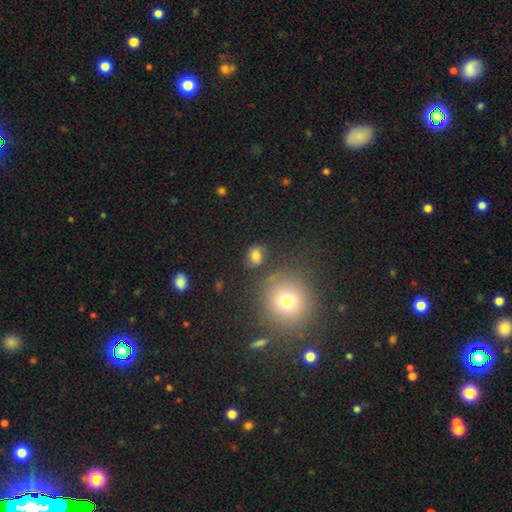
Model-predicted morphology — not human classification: Smooth or featured? smooth (78%)
How rounded? round (54%)
Merging? none (76%)